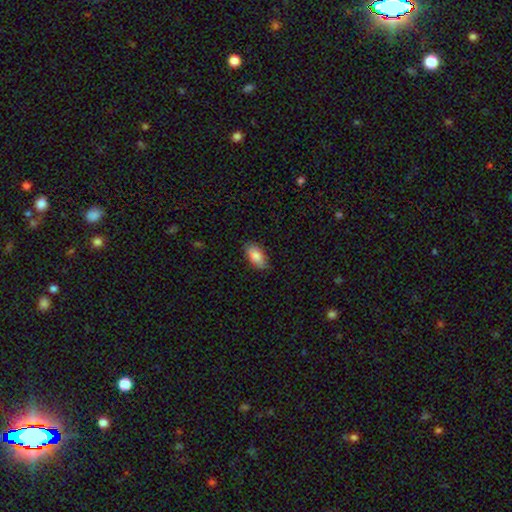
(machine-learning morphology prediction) A smooth galaxy with no disk features (85%) that is in between round and cigar-shaped (92%). Merging: none (80%).